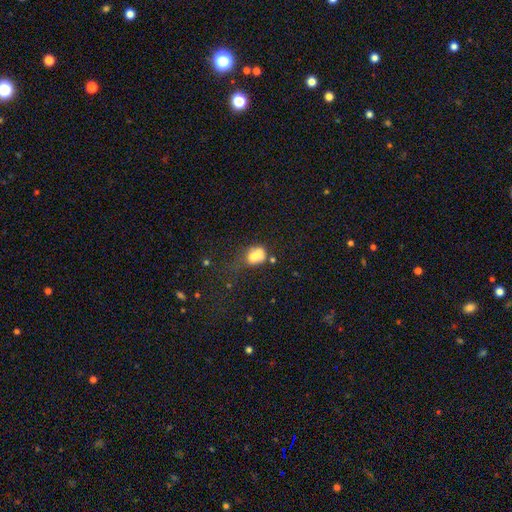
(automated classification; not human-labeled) Smooth or featured?
  - smooth: 69% *
  - featured or disk: 18%
  - star or artifact: 12%
How rounded?
  - in between: 69% *
  - round: 29%
  - cigar-shaped: 2%
Merging?
  - minor disturbance: 26% * (tied)
  - major disturbance: 26% * (tied)
  - none: 25%
  - merger: 24%